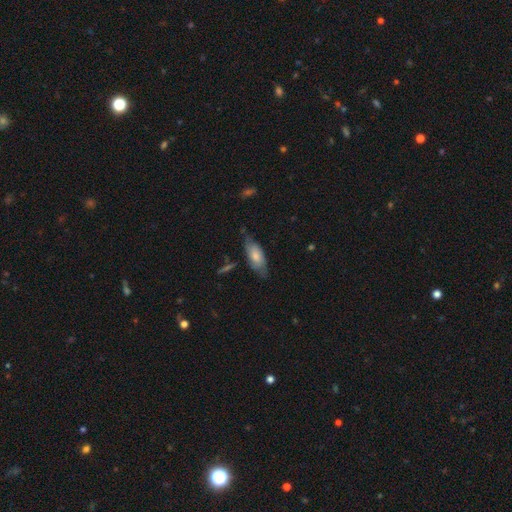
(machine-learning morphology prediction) A smooth galaxy with no disk features (66%) that is in between round and cigar-shaped (82%).

Vote fractions:
- Smooth or featured? smooth: 66% / featured or disk: 27% / star or artifact: 6%
- How rounded? in between: 82% / cigar-shaped: 16% / round: 2%
- Merging? none: 62% / minor disturbance: 28% / major disturbance: 7% / merger: 3%